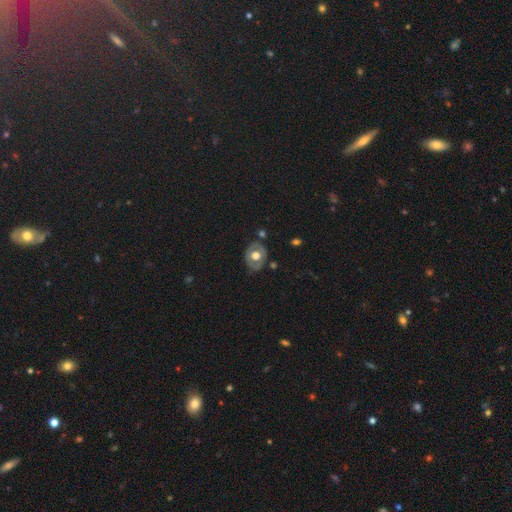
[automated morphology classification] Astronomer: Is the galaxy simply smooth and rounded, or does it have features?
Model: featured or disk — 49% (runner-up: smooth, 44%).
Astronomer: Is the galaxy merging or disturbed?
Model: none — 75%.